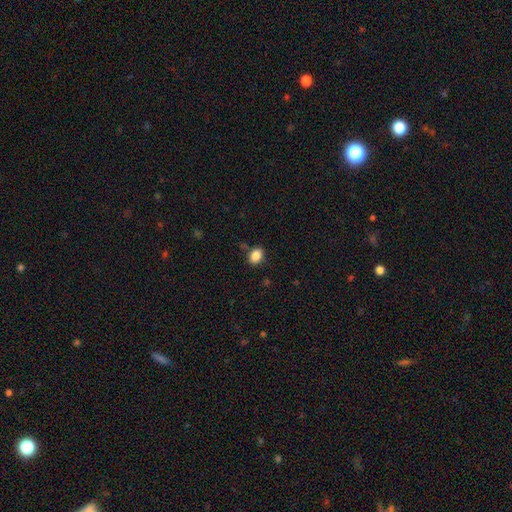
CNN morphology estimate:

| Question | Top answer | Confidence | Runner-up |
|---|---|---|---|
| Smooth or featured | smooth | 86% | star or artifact (9%) |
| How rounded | in between | 72% | round (27%) |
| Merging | none | 82% | minor disturbance (12%) |